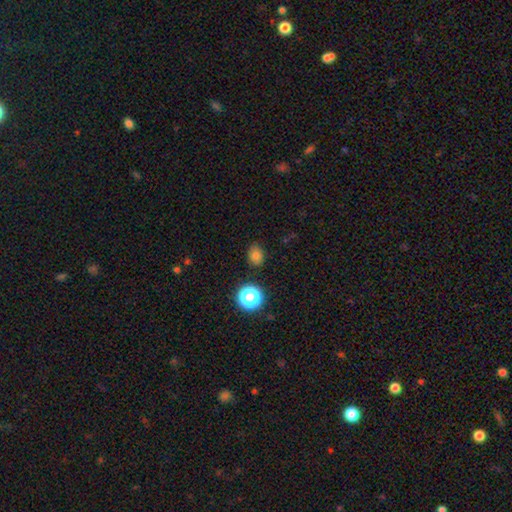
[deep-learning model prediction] This is likely a smooth galaxy (77%). How rounded: possibly in between (51%). Merging: clearly none (83%).